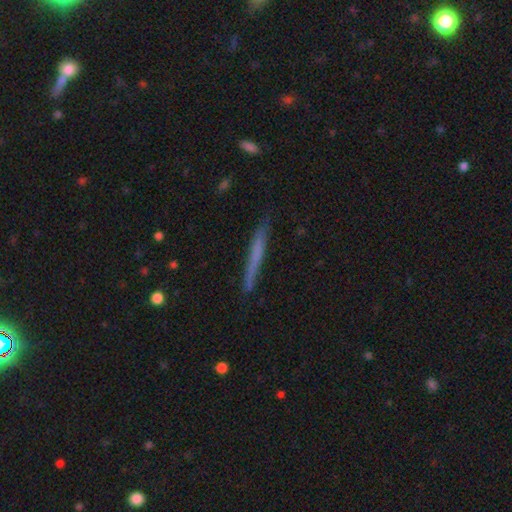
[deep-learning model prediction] This is possibly a smooth galaxy (53%). How rounded: clearly cigar-shaped (97%). Merging: clearly none (87%).